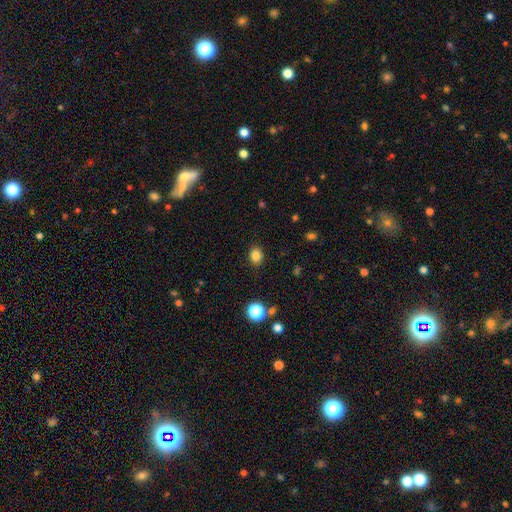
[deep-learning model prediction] The model was most divided on "how rounded": in between: 53%, round: 46%, cigar-shaped: 1%. More confident: merging — none (87%); smooth or featured — smooth (83%).